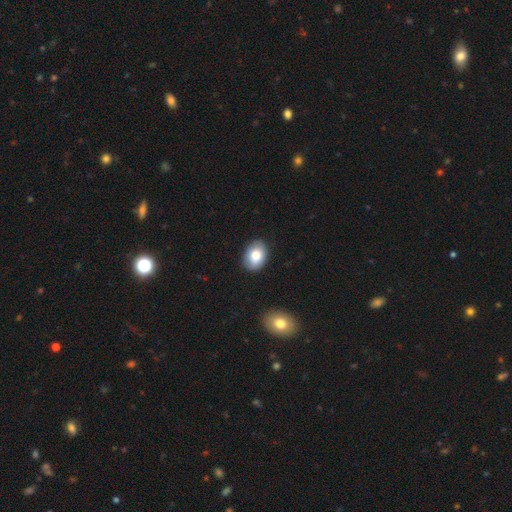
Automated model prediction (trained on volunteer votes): A smooth galaxy with no disk features (83%) that is in between round and cigar-shaped (78%).

Vote fractions:
- Smooth or featured? smooth: 83% / featured or disk: 10% / star or artifact: 7%
- How rounded? in between: 78% / round: 21% / cigar-shaped: 1%
- Merging? none: 86% / minor disturbance: 10% / major disturbance: 2% / merger: 1%